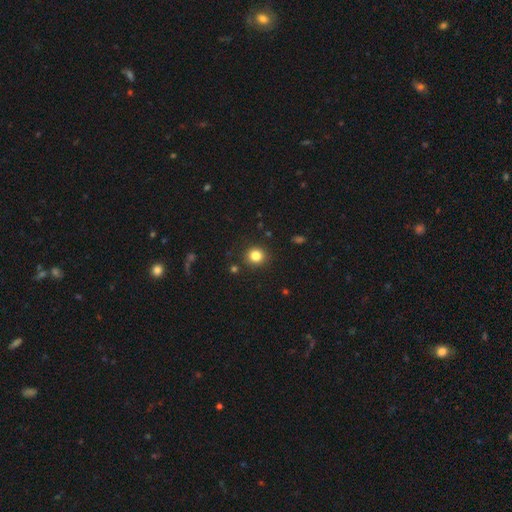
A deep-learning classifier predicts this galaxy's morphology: Smooth or featured? smooth (82%)
How rounded? round (88%)
Merging? none (90%)